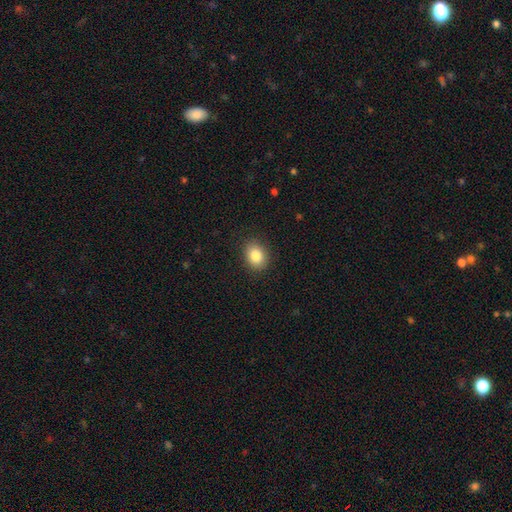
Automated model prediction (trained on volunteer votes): Smooth or featured?
  - smooth: 85% *
  - star or artifact: 9%
  - featured or disk: 6%
How rounded?
  - in between: 56% *
  - round: 43%
  - cigar-shaped: 1%
Merging?
  - none: 88% *
  - minor disturbance: 9%
  - major disturbance: 2%
  - merger: 1%